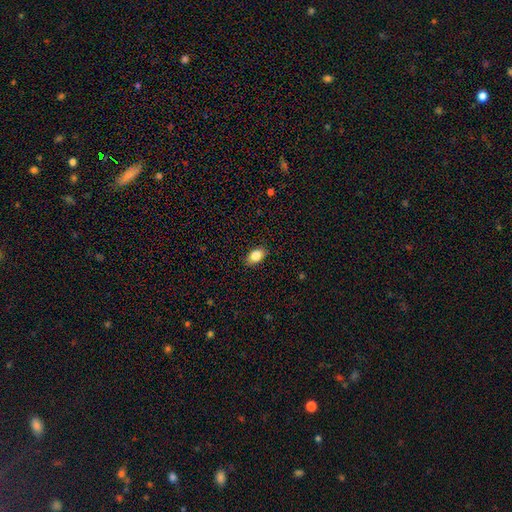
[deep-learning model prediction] Morphology: type=smooth (85%); roundness=in between (86%); merging=none (88%).